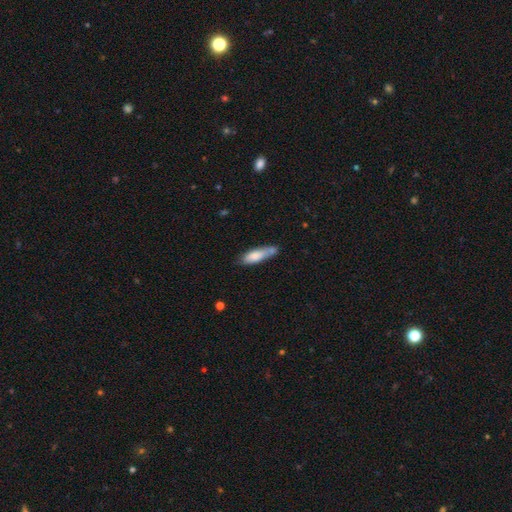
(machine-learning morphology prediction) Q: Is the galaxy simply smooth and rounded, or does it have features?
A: smooth — 77%.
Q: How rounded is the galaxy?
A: cigar-shaped — 54%.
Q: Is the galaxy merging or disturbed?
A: none — 51%.